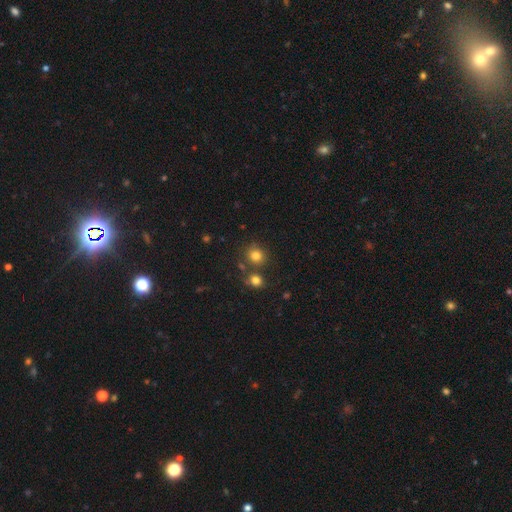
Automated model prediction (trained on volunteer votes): Smooth or featured? Predicted: smooth (p=0.80). How rounded? Predicted: round (p=0.85). Merging? Predicted: none (p=0.71).